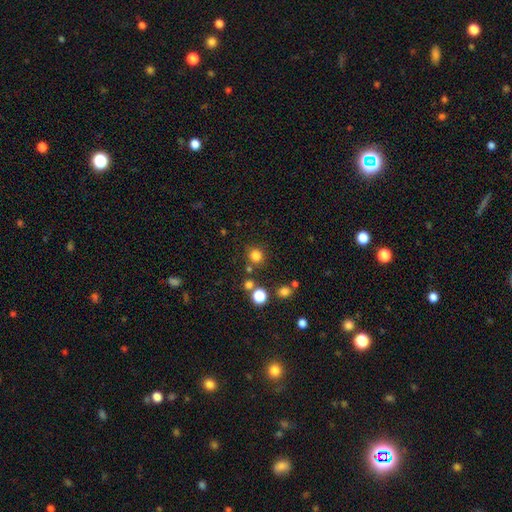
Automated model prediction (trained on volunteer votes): Smooth or featured? Predicted: smooth (p=0.80). How rounded? Predicted: round (p=0.88). Merging? Predicted: none (p=0.81).